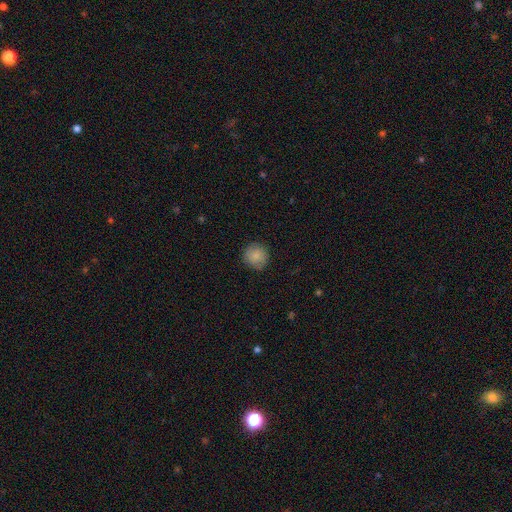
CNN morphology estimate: This appears to be a smooth galaxy with no disk features (84%) that is round (94%). Merging: none (87%).